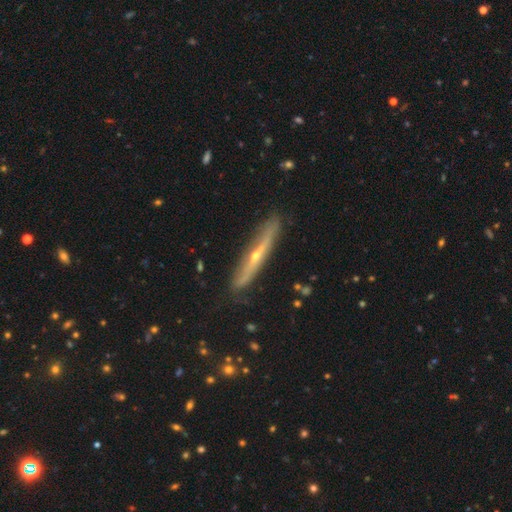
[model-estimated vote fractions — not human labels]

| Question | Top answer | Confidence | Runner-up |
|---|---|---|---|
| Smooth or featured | featured or disk | 69% | smooth (24%) |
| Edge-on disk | yes | 88% | no (12%) |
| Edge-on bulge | rounded | 82% | none (16%) |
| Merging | none | 85% | minor disturbance (12%) |